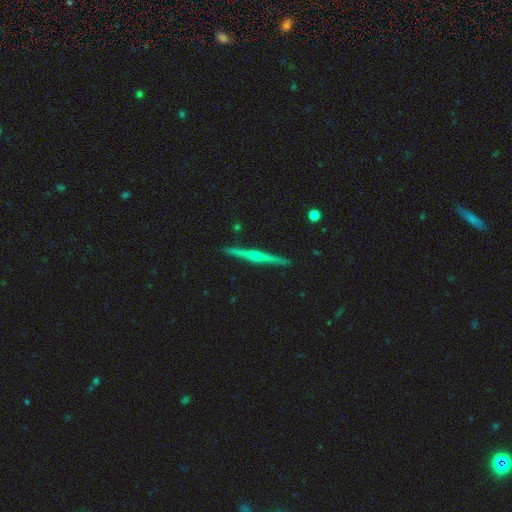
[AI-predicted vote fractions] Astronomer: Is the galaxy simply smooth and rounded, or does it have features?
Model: featured or disk — 77%.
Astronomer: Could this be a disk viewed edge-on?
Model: yes — 99%.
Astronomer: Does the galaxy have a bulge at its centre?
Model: rounded — 69%.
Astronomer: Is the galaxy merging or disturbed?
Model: none — 93%.